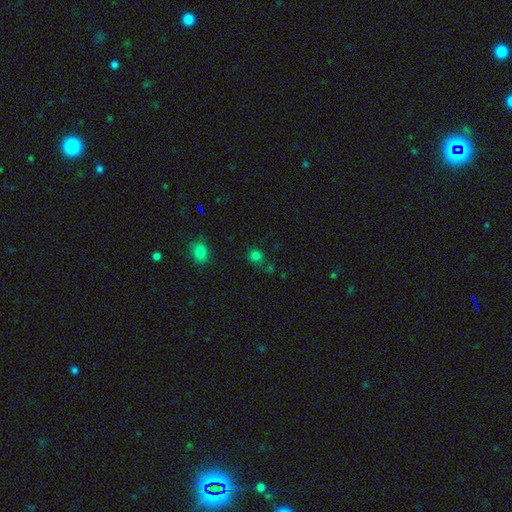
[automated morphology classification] Smooth or featured: smooth — 72% (star or artifact — 23%)
How rounded: round — 81% (in between — 17%)
Merging: none — 73% (minor disturbance — 13%)